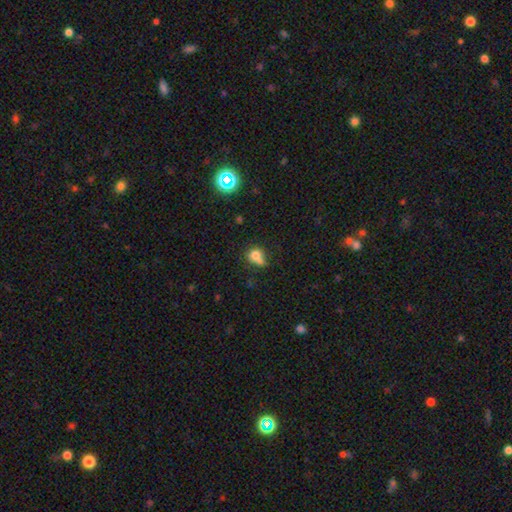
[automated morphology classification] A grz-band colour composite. It shows a smooth galaxy with no disk features (76%) that is round (69%). Merging: none (39%).